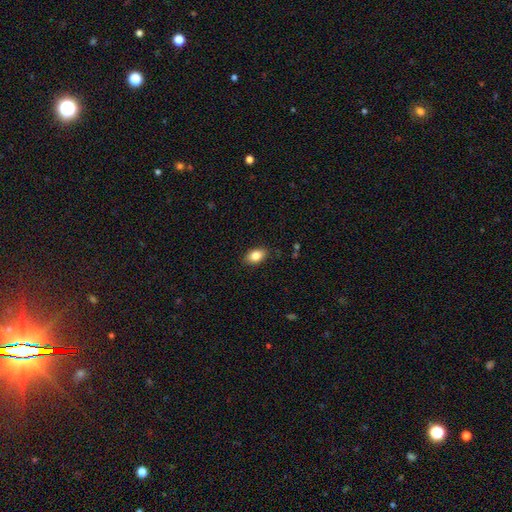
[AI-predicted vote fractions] smooth_or_featured: smooth (p=0.84) [alt: featured or disk p=0.08]
how_rounded: in between (p=0.86) [alt: round p=0.12]
merging: none (p=0.86) [alt: minor disturbance p=0.11]